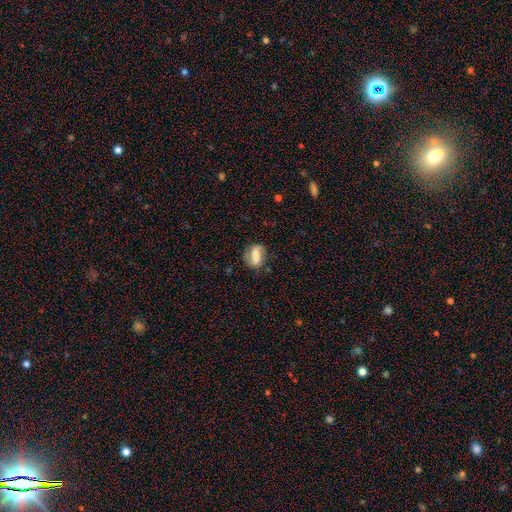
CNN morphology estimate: Smooth or featured? smooth (52%)
How rounded? in between (66%)
Merging? none (74%)